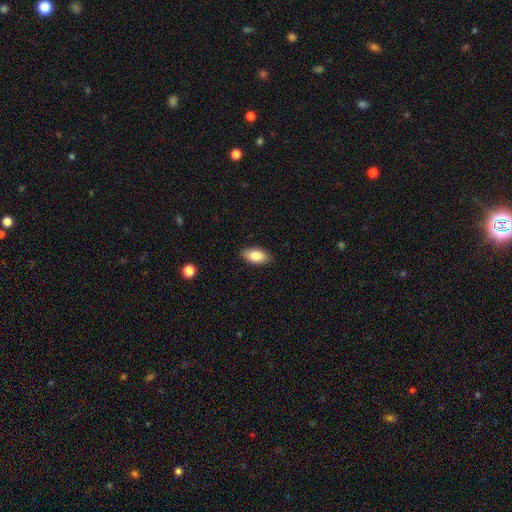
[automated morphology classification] Smooth or featured? smooth (85%)
How rounded? in between (92%)
Merging? none (87%)